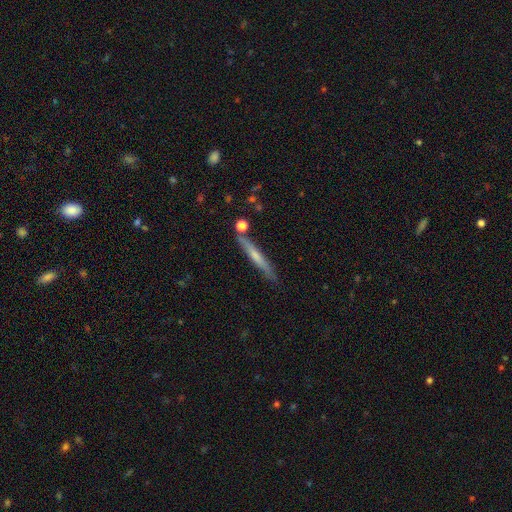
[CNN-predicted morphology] smooth_or_featured: smooth (p=0.50) [alt: featured or disk p=0.44]
merging: none (p=0.81) [alt: minor disturbance p=0.12]